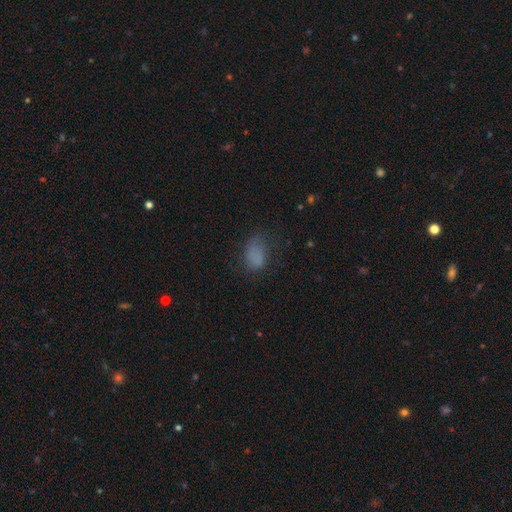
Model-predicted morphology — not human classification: This appears to be a smooth galaxy with no disk features (69%) that is in between round and cigar-shaped (82%). Merging: none (47%).